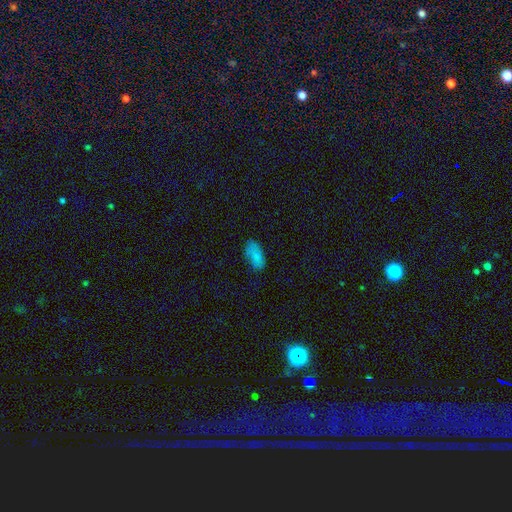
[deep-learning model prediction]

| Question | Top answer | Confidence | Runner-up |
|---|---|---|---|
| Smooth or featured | smooth | 83% | star or artifact (9%) |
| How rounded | in between | 91% | cigar-shaped (6%) |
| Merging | none | 67% | minor disturbance (24%) |